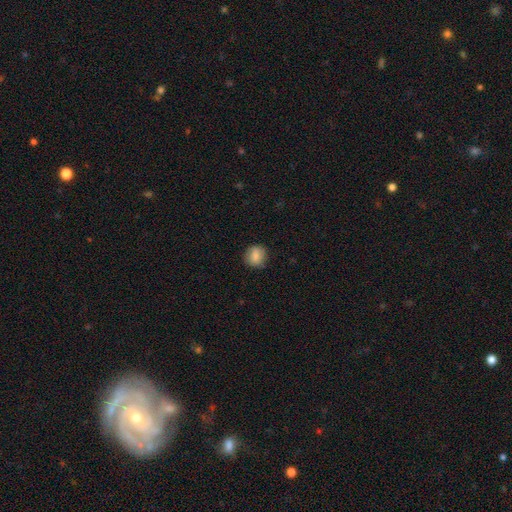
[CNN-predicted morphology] Smooth or featured: smooth — 82% (featured or disk — 9%)
How rounded: round — 79% (in between — 20%)
Merging: none — 82% (minor disturbance — 13%)